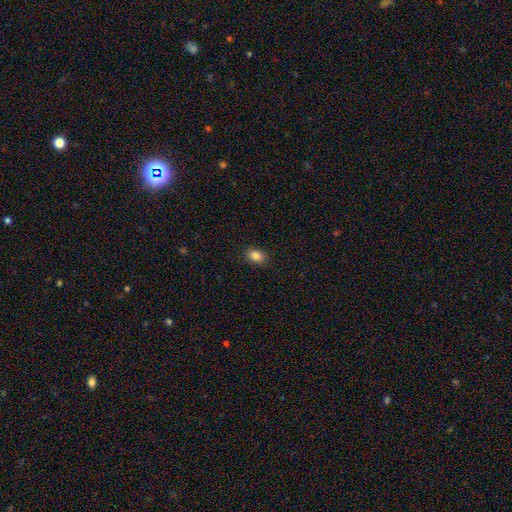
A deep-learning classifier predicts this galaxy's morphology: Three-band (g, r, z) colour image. It shows a smooth galaxy with no disk features (84%) that is in between round and cigar-shaped (73%). Merging: none (89%).